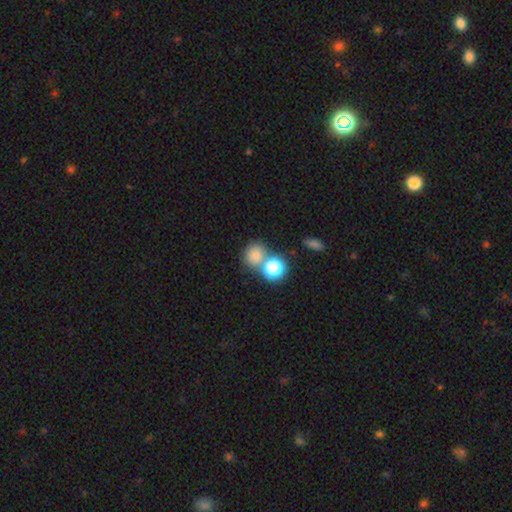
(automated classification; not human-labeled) Q: Smooth or featured?
A: smooth (75%); runner-up: star or artifact (17%)
Q: How rounded?
A: round (77%); runner-up: in between (22%)
Q: Merging?
A: none (54%); runner-up: merger (33%)